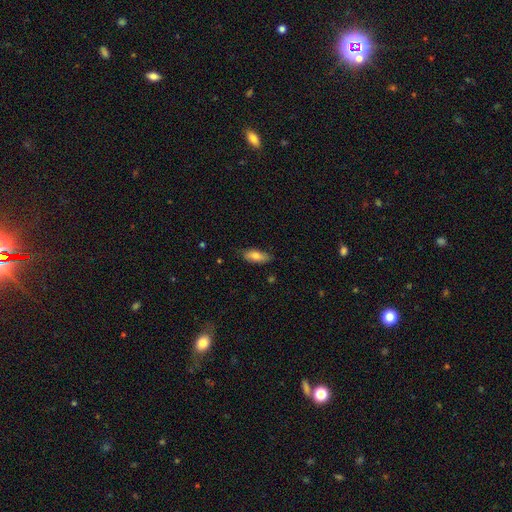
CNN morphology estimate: Smooth or featured? smooth (77%)
How rounded? in between (79%)
Merging? none (78%)